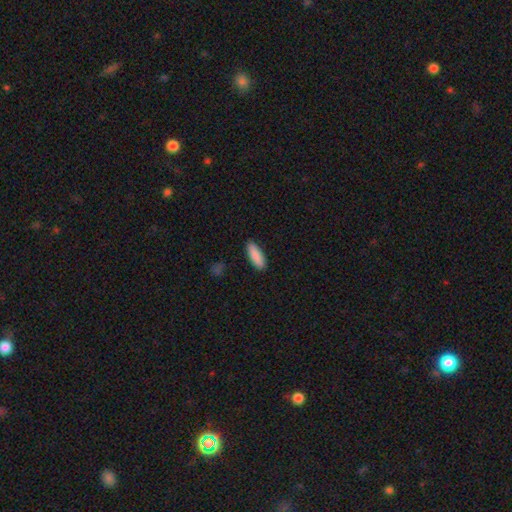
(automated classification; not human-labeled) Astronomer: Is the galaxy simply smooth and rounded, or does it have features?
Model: smooth — 90%.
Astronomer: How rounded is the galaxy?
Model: in between — 61% (runner-up: cigar-shaped, 37%).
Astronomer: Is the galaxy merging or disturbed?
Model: none — 89%.